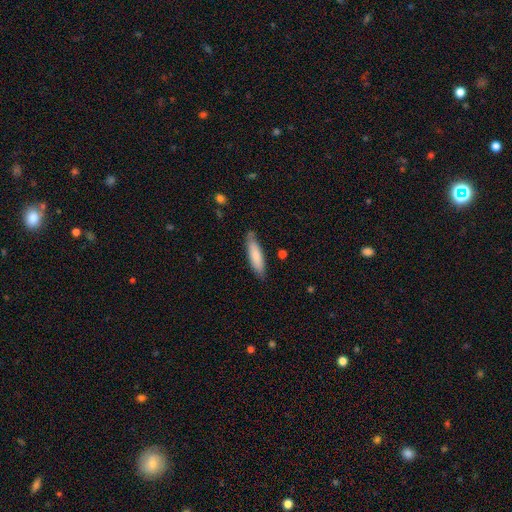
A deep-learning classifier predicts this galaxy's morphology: Overall: smooth (80%). How rounded: cigar-shaped (72%). Merging: none (82%).